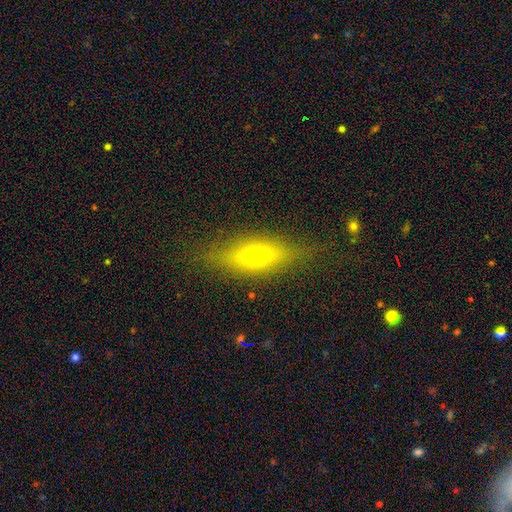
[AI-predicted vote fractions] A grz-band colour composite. It shows a smooth galaxy with no disk features (58%) that is in between round and cigar-shaped (58%). Merging: none (78%).